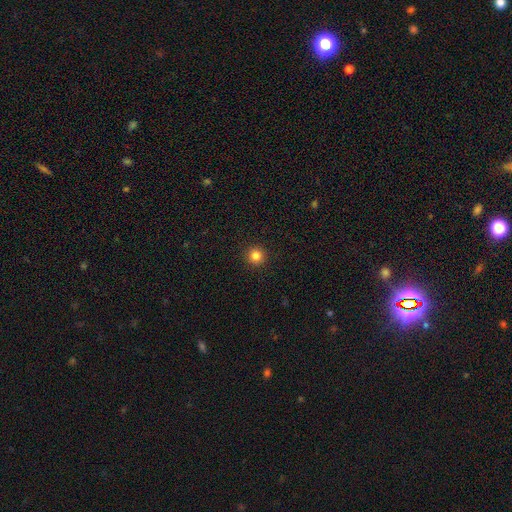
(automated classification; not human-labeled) Smooth or featured?
  - smooth: 83% *
  - star or artifact: 12%
  - featured or disk: 4%
How rounded?
  - round: 96% *
  - in between: 4%
  - cigar-shaped: 1%
Merging?
  - none: 93% *
  - minor disturbance: 4%
  - major disturbance: 2%
  - merger: 1%